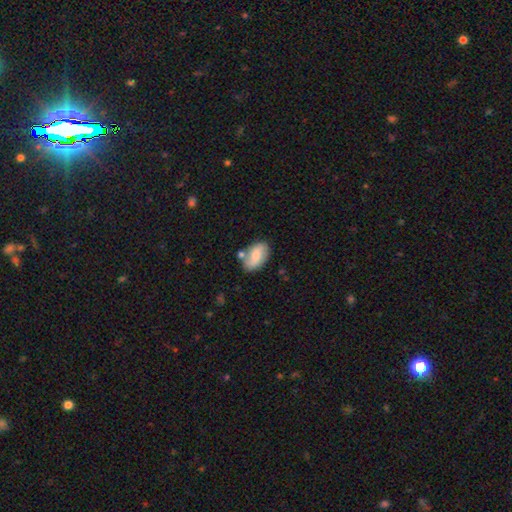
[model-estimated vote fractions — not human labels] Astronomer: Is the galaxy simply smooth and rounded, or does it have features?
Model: smooth — 62%.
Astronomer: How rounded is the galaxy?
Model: in between — 91%.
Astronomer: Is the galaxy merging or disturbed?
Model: none — 63%.